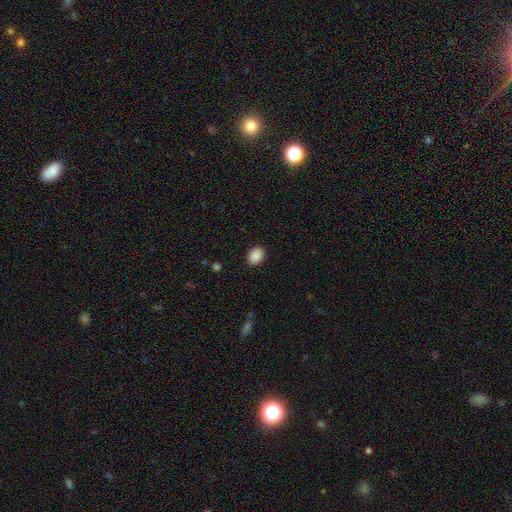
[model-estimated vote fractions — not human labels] A smooth galaxy with no disk features (89%) that is in between round and cigar-shaped (68%). Merging: none (89%).